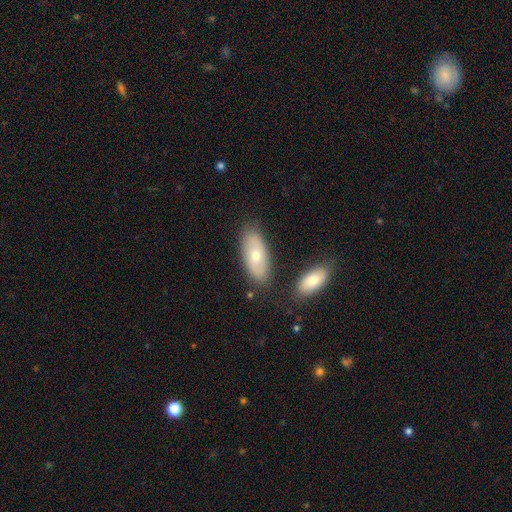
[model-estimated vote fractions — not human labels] Smooth or featured? smooth (58%)
How rounded? in between (88%)
Merging? none (78%)